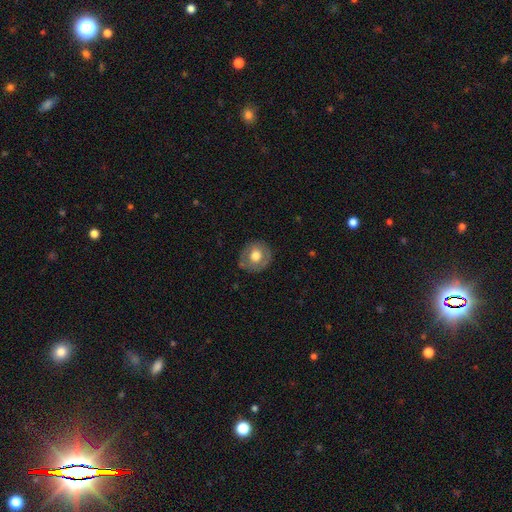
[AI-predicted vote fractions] Q: Smooth or featured?
A: smooth (61%); runner-up: featured or disk (32%)
Q: How rounded?
A: round (83%); runner-up: in between (16%)
Q: Merging?
A: none (82%); runner-up: minor disturbance (13%)